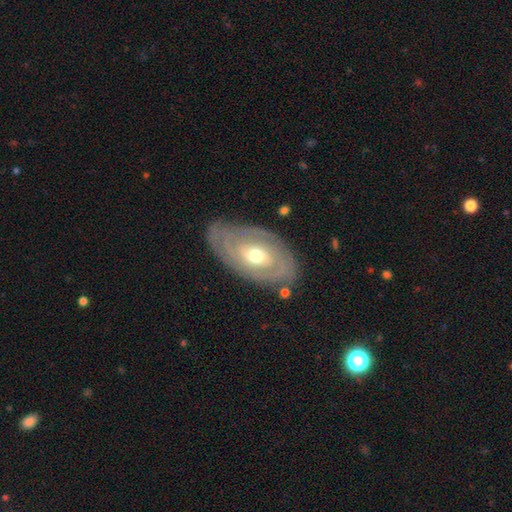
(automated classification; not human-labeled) A featured or disk galaxy (82%) with no bar (63%), 2 (39%) tight (75%) spiral arms (85%) and a moderate central bulge (65%). Merging: none (80%).